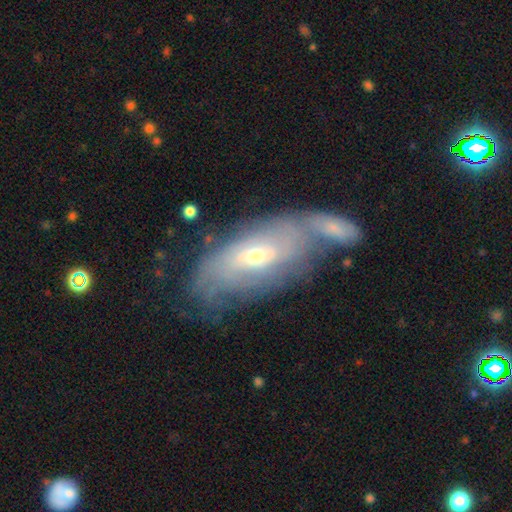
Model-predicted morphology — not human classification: type=featured or disk (66%); edge-on=no (88%); bar=no (63%); spiral arms=yes (68%); bulge=small (58%); merging=none (37%).